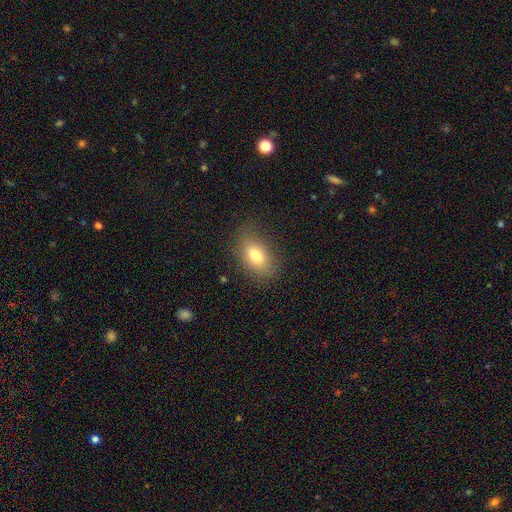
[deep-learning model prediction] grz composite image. It shows a smooth galaxy with no disk features (76%) that is in between round and cigar-shaped (85%). Merging: none (78%).